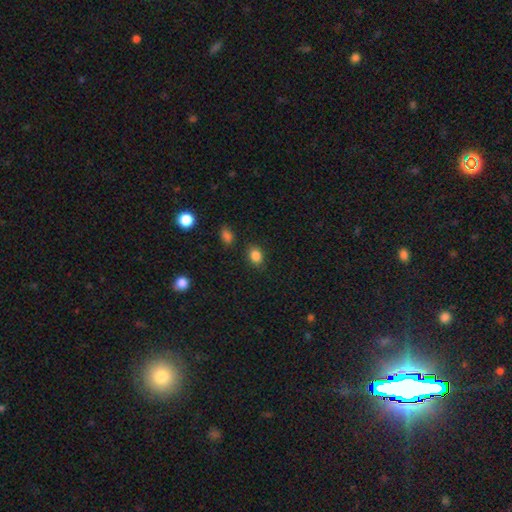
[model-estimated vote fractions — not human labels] smooth 84%, star or artifact 11%, featured or disk 5%. Down the decision tree: how rounded — in between (58%); merging — none (84%).